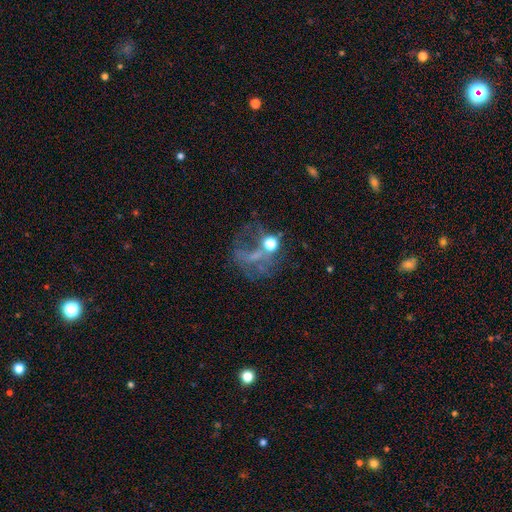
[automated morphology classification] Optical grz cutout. It shows a featured or disk galaxy (46%). Merging: major disturbance (41%).